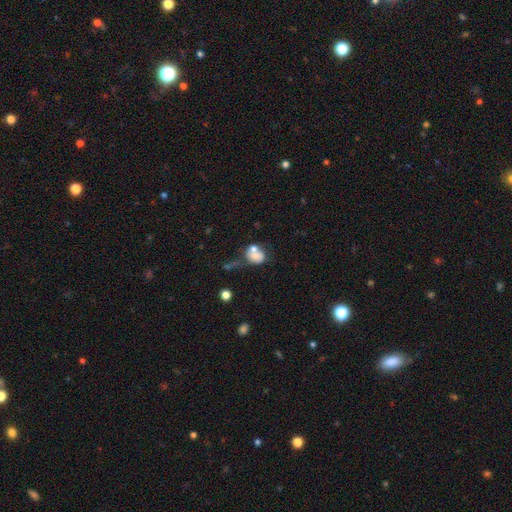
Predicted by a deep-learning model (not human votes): Smooth or featured? Predicted: smooth (p=0.62). How rounded? Predicted: in between (p=0.50). Merging? Predicted: merger (p=0.43).